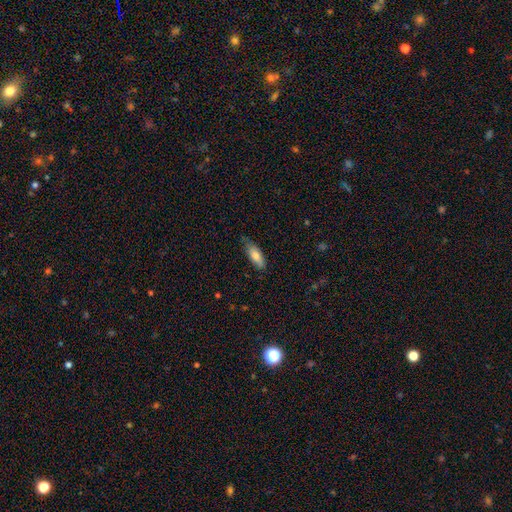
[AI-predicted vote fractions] This appears to be a smooth galaxy with no disk features (77%) that is in between round and cigar-shaped (68%). Merging: none (68%).